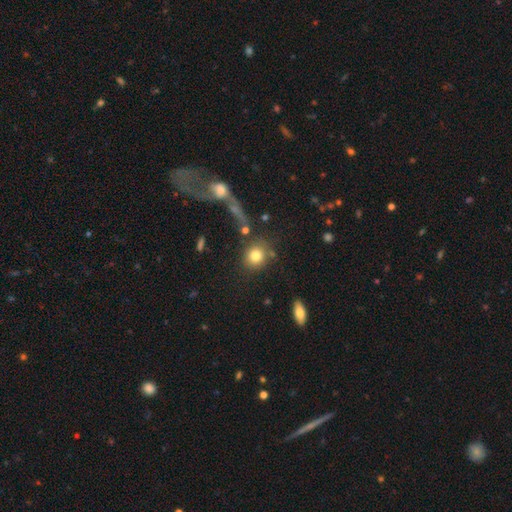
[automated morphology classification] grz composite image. It shows a smooth galaxy with no disk features (80%) that is round (80%). Merging: none (74%).